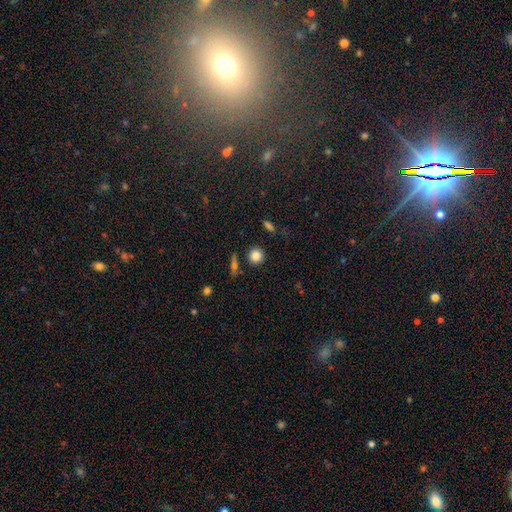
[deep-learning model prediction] This is clearly a smooth galaxy (84%). How rounded: clearly round (90%). Merging: clearly none (86%).